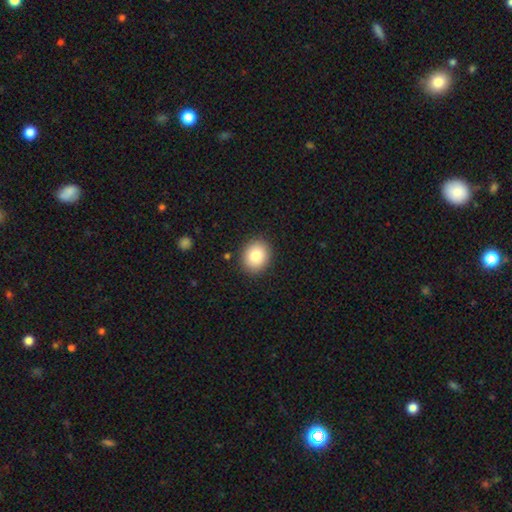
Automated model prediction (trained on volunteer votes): This is clearly a smooth galaxy (82%). How rounded: likely round (67%). Merging: clearly none (89%).